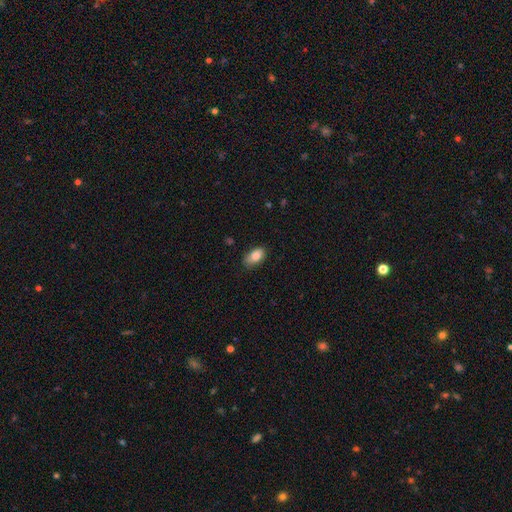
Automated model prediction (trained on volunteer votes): This is clearly a smooth galaxy (86%). How rounded: clearly in between (92%). Merging: likely none (71%).